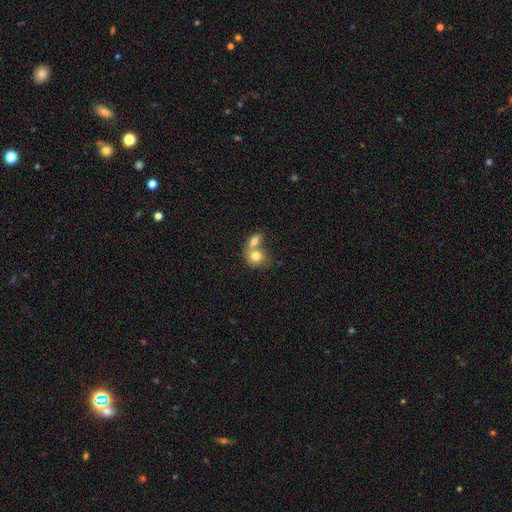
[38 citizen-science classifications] Morphology: type=smooth (92%); roundness=round (51%); merging=merger (78%).